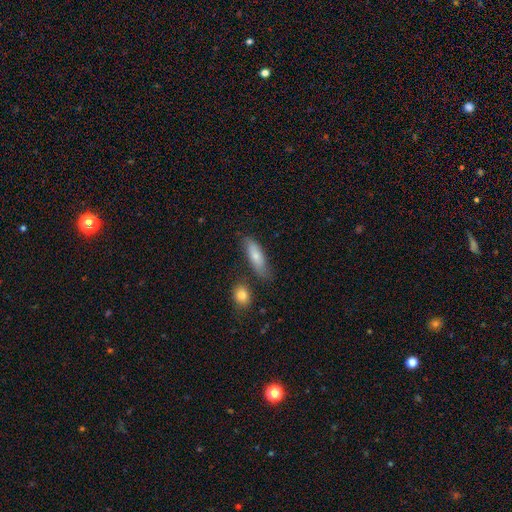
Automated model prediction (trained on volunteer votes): Smooth or featured? smooth (76%)
How rounded? in between (52%)
Merging? none (70%)